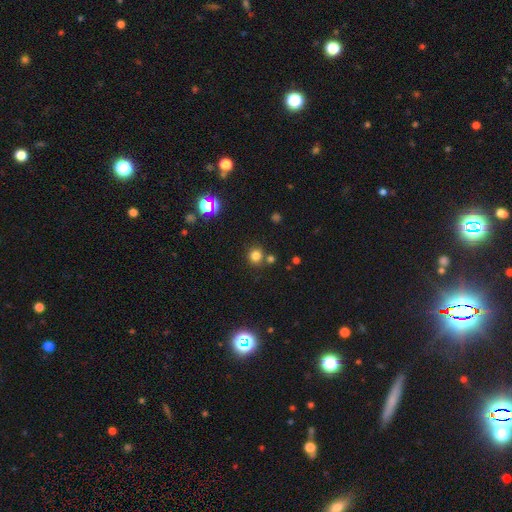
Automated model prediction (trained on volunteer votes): Overall: smooth (77%). How rounded: round (90%). Merging: none (76%).